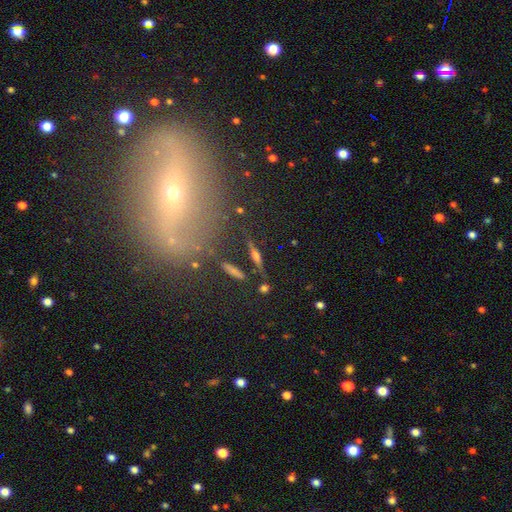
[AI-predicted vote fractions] smooth_or_featured: featured or disk (p=0.56) [alt: smooth p=0.29]
disk_edge_on: yes (p=0.90) [alt: no p=0.10]
edge_on_bulge: rounded (p=0.77) [alt: boxy p=0.12]
merging: none (p=0.77) [alt: minor disturbance p=0.12]